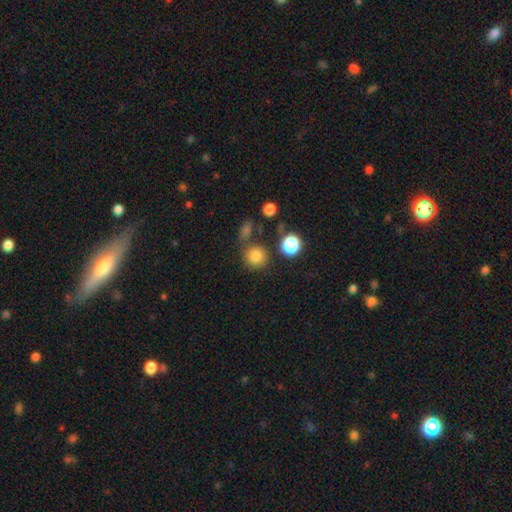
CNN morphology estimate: smooth 80%, star or artifact 14%, featured or disk 6%. Down the decision tree: how rounded — round (90%); merging — none (72%).